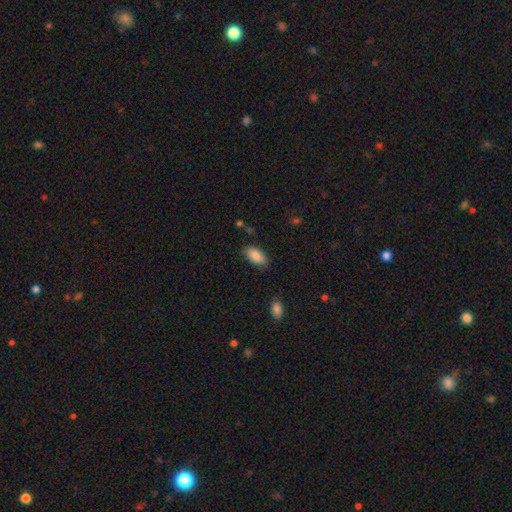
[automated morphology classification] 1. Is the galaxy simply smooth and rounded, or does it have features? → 89% smooth, 7% star or artifact, 5% featured or disk.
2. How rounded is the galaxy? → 92% in between, 5% cigar-shaped, 2% round.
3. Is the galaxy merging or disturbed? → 82% none, 13% minor disturbance, 3% major disturbance, 2% merger.